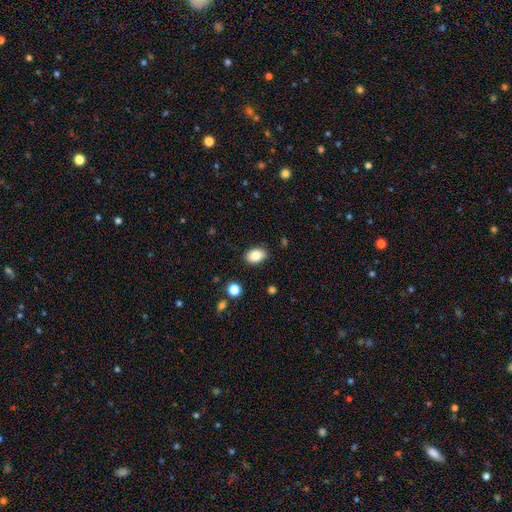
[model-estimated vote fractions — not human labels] Morphology: type=smooth (85%); roundness=in between (84%); merging=none (87%).